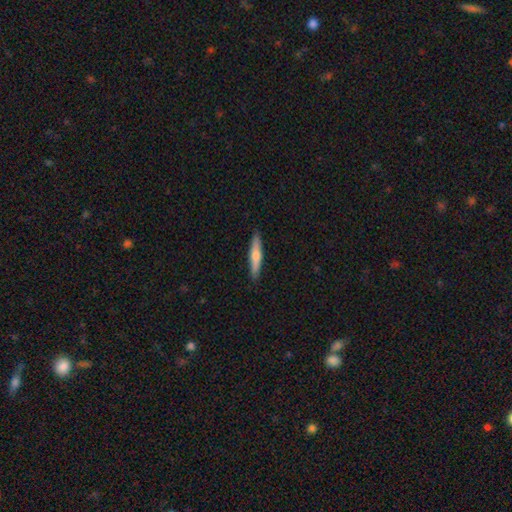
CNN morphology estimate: type=smooth (58%); roundness=cigar-shaped (90%); merging=none (90%).